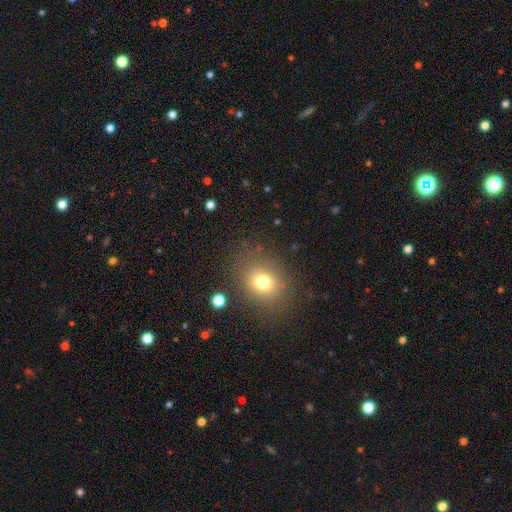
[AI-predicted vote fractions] Overall: smooth (69%). How rounded: round (49%, tied with in between). Merging: none (86%).